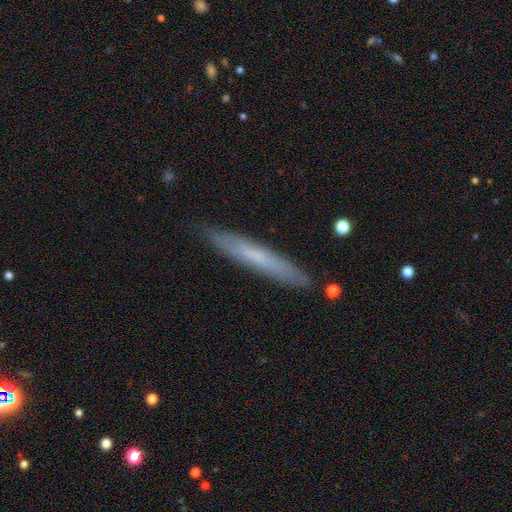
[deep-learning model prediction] This appears to be a smooth galaxy with no disk features (58%) that is cigar-shaped (94%). Merging: none (86%).